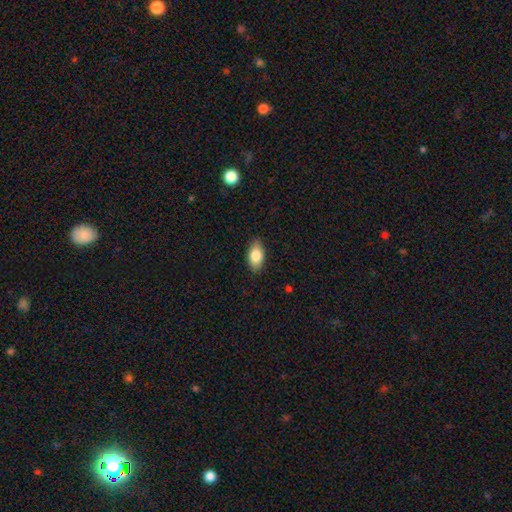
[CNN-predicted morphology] This appears to be a smooth galaxy with no disk features (81%) that is in between round and cigar-shaped (91%). Merging: none (86%).